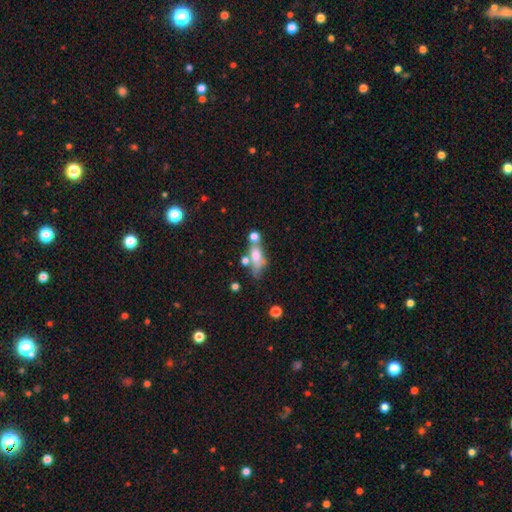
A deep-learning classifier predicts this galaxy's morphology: Smooth or featured?
  - smooth: 59% *
  - featured or disk: 29%
  - star or artifact: 12%
How rounded?
  - in between: 64% *
  - cigar-shaped: 25%
  - round: 11%
Merging?
  - merger: 36% *
  - none: 32%
  - minor disturbance: 17%
  - major disturbance: 15%